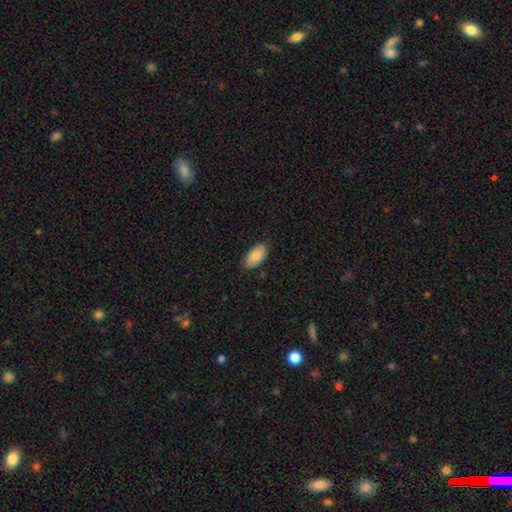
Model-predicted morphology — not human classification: smooth 85%, featured or disk 9%, star or artifact 6%. Down the decision tree: how rounded — in between (95%); merging — none (83%).